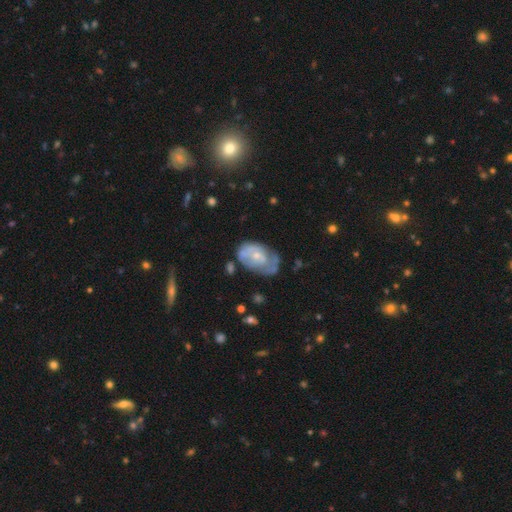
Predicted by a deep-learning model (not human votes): Smooth or featured? featured or disk (61%)
Edge-on disk? no (96%)
Bar? no (78%)
Spiral arms? yes (52%)
Bulge size? small (60%)
Merging? none (38%)